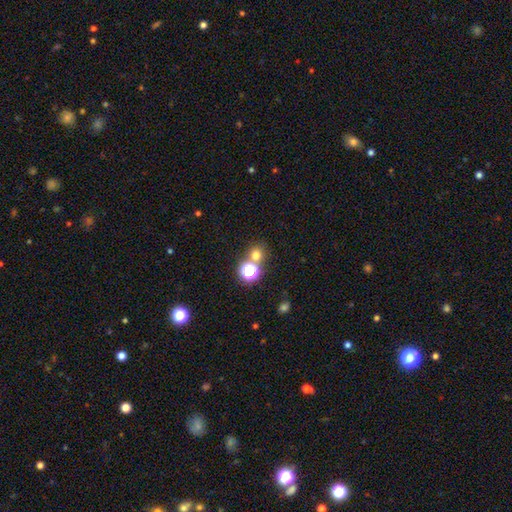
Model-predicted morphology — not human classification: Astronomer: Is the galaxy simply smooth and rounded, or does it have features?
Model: smooth — 67%.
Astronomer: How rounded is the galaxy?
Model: round — 86%.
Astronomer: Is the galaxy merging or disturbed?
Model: none — 64%.